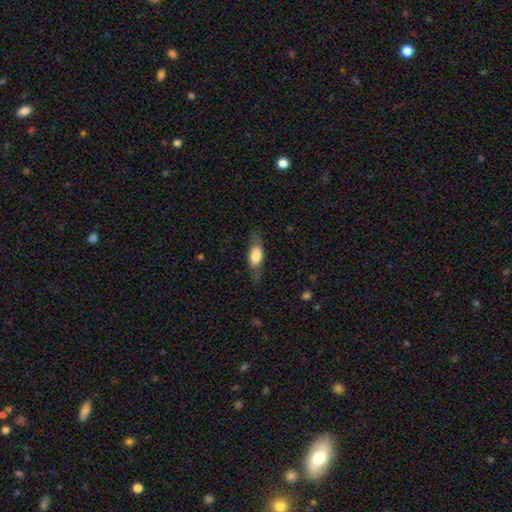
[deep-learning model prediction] This is likely a smooth galaxy (62%). How rounded: likely in between (70%). Merging: likely none (73%).